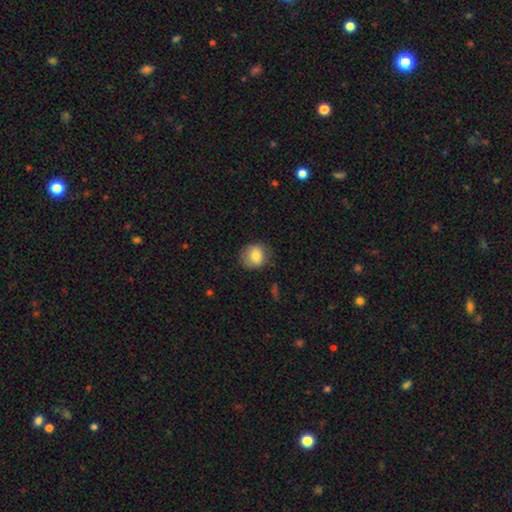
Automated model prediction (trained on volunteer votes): Q: Smooth or featured?
A: smooth (79%); runner-up: featured or disk (12%)
Q: How rounded?
A: round (82%); runner-up: in between (17%)
Q: Merging?
A: none (82%); runner-up: minor disturbance (14%)